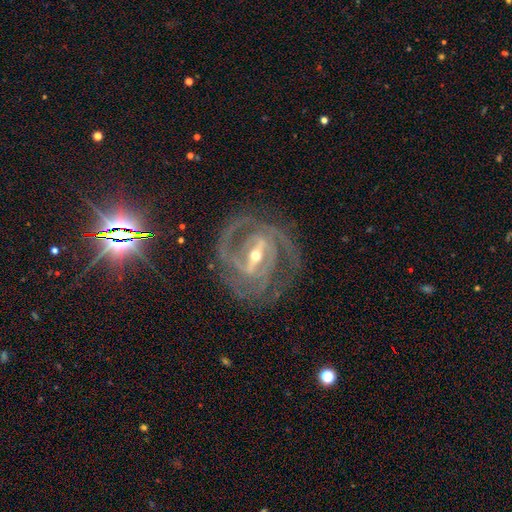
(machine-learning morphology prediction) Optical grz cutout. It shows a featured or disk galaxy (92%) with a strong bar (72%), 2 (51%) tight (53%) spiral arms (97%) and a moderate central bulge (49%). Merging: none (73%).